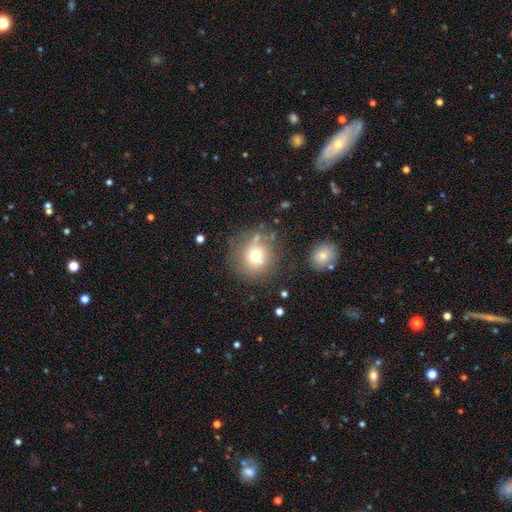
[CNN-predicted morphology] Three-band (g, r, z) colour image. It shows a smooth galaxy with no disk features (70%) that is round (90%). Merging: none (71%).